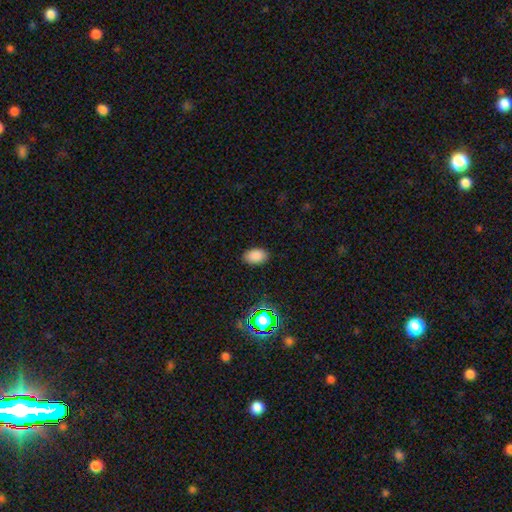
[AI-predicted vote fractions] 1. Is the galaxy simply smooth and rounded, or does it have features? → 84% smooth, 12% star or artifact, 4% featured or disk.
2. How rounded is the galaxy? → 91% in between, 8% round, 1% cigar-shaped.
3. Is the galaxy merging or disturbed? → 86% none, 10% minor disturbance, 2% major disturbance, 1% merger.